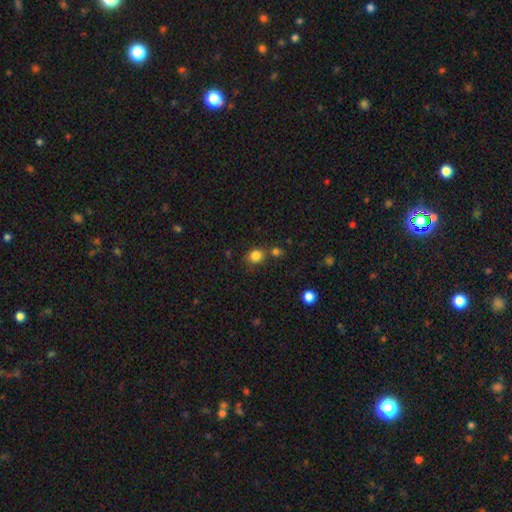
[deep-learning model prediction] smooth_or_featured: smooth (p=0.83) [alt: star or artifact p=0.12]
how_rounded: round (p=0.72) [alt: in between p=0.27]
merging: none (p=0.72) [alt: merger p=0.13]